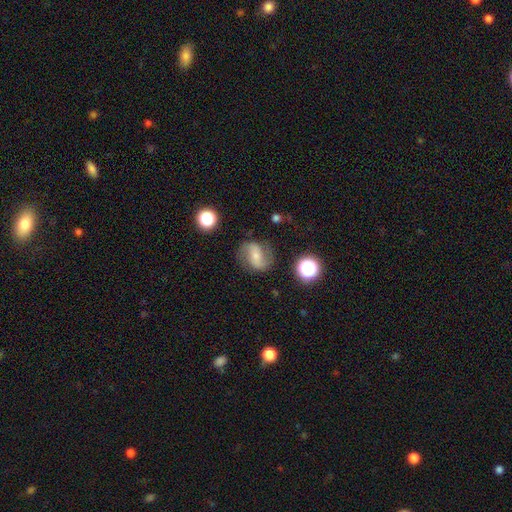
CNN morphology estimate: Smooth or featured: featured or disk — 65% (smooth — 24%)
Edge-on disk: no — 96% (yes — 4%)
Bar: weak — 36% (strong — 33%)
Spiral arms: yes — 90% (no — 10%)
Spiral winding: loose — 43% (medium — 42%)
Spiral arm count: 2 — 89% (can't tell — 6%)
Bulge size: small — 55% (moderate — 34%)
Merging: none — 74% (minor disturbance — 16%)